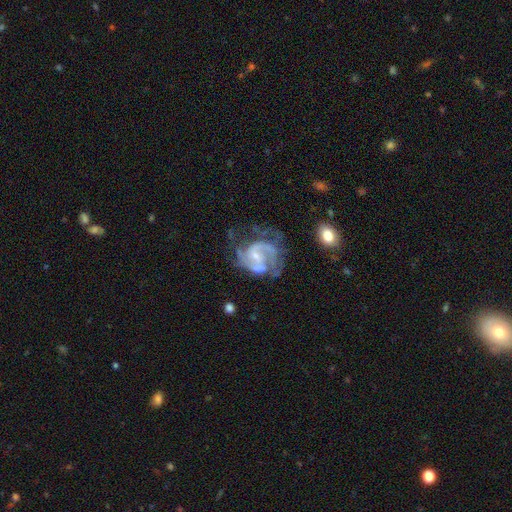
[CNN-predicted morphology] type=featured or disk (89%); edge-on=no (98%); bar=weak (47%); spiral arms=yes (96%); winding=medium (52%); arm count=2 (62%); bulge=small (67%); merging=none (47%).